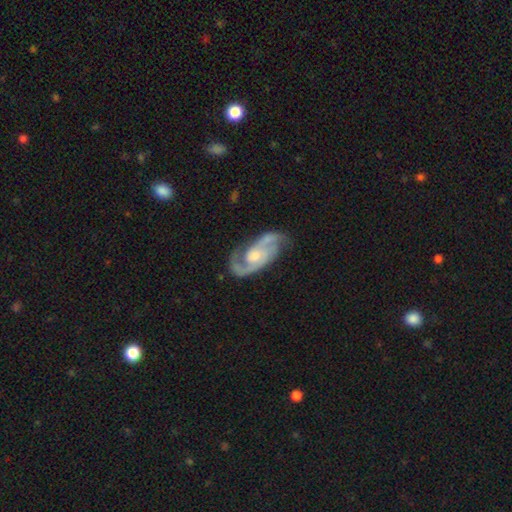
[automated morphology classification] Overall: featured or disk (90%). Edge-on disk: no (97%). Bar: no (59%; weak 33%). Spiral arms: yes (98%). Spiral arm count: 2 (86%). Spiral winding: medium (55%; tight 31%). Bulge size: moderate (58%; small 30%). Merging: none (71%).